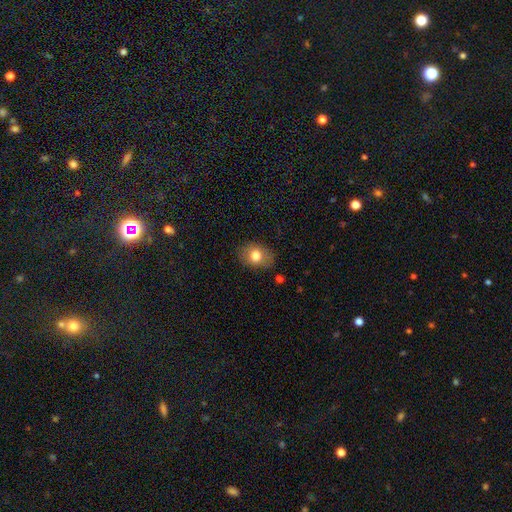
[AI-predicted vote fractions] A smooth galaxy with no disk features (77%) that is in between round and cigar-shaped (65%). Merging: none (82%).